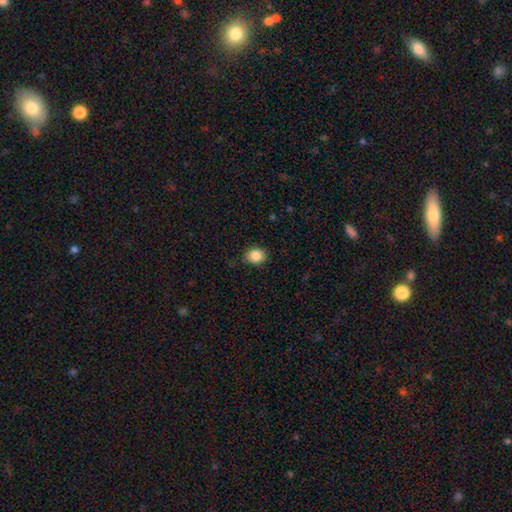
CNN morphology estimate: This appears to be a smooth galaxy with no disk features (86%) that is round (63%). Merging: none (82%).